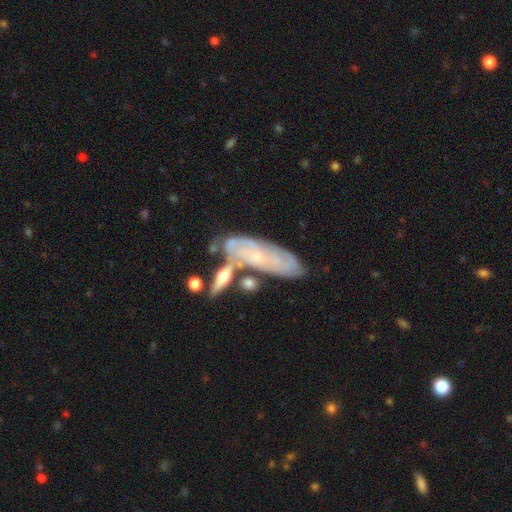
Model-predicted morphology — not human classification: Smooth or featured: featured or disk — 65% (smooth — 27%)
Edge-on disk: no — 83% (yes — 17%)
Bar: no — 75% (weak — 20%)
Spiral arms: yes — 80% (no — 20%)
Bulge size: small — 75% (moderate — 15%)
Merging: none — 55% (merger — 23%)